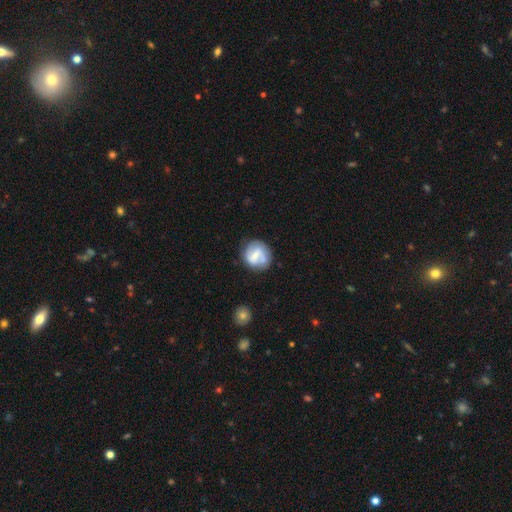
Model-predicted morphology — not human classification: A featured or disk galaxy (53%) with a weak bar (46%), spiral arms (72%) and a small central bulge (46%).

Vote fractions:
- Smooth or featured? featured or disk: 53% / smooth: 41% / star or artifact: 7%
- Edge-on disk? no: 98% / yes: 2%
- Bar? weak: 46% / no: 32% / strong: 23%
- Spiral arms? yes: 72% / no: 28%
- Bulge size? small: 46% / moderate: 33% / none: 15% / large: 4% / dominant: 2%
- Merging? none: 65% / minor disturbance: 19% / merger: 8% / major disturbance: 8%